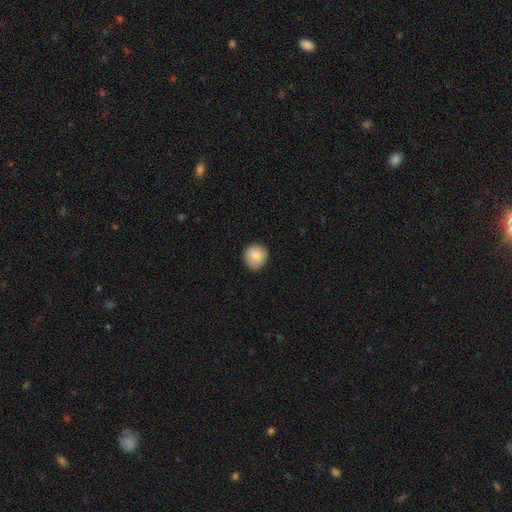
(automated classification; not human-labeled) This appears to be a smooth galaxy with no disk features (86%) that is round (90%). Merging: none (87%).